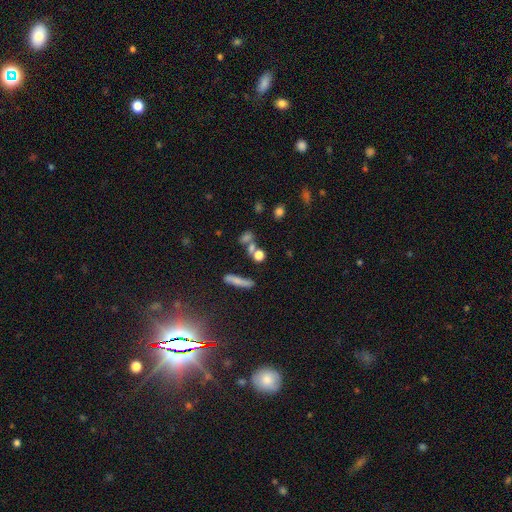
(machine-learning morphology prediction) This appears to be a smooth galaxy with no disk features (43%). Merging: none (64%).